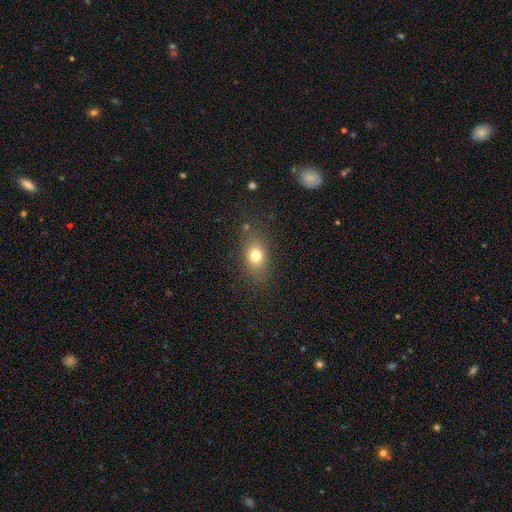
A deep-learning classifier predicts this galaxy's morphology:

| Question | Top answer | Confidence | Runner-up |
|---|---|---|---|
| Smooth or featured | smooth | 76% | star or artifact (12%) |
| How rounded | in between | 67% | round (30%) |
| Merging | none | 79% | minor disturbance (13%) |